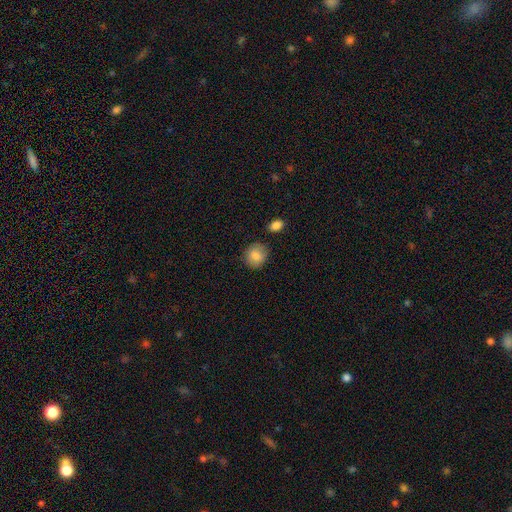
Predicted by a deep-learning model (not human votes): Overall: smooth (86%). How rounded: round (80%). Merging: none (81%).